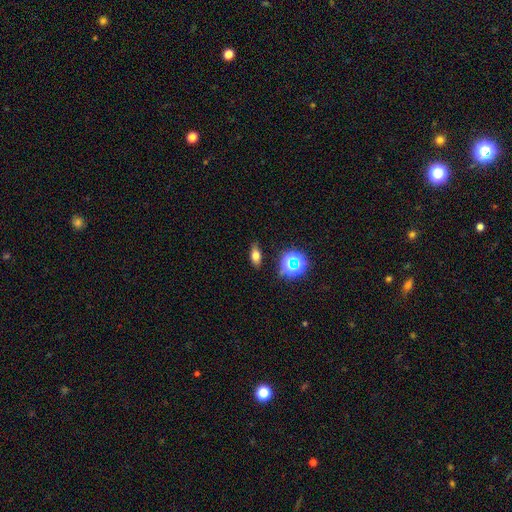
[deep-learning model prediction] Morphology: type=smooth (66%); roundness=in between (76%); merging=none (85%).